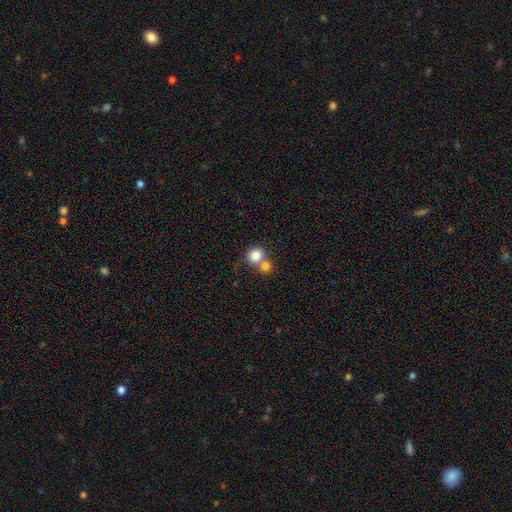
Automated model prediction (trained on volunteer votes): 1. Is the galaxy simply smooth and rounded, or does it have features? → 82% smooth, 10% star or artifact, 9% featured or disk.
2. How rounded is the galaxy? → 84% round, 15% in between, 1% cigar-shaped.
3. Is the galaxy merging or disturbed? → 50% merger, 41% none, 6% minor disturbance, 3% major disturbance.